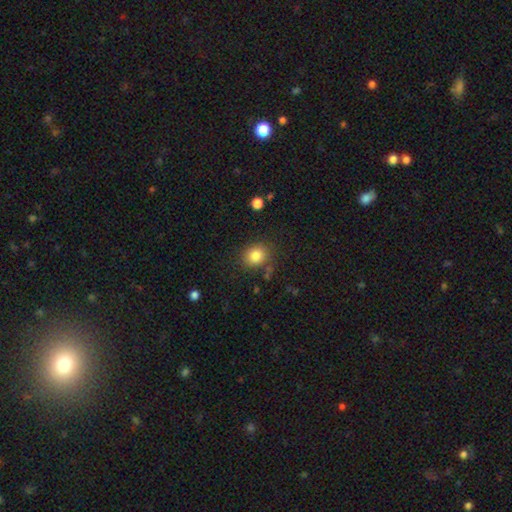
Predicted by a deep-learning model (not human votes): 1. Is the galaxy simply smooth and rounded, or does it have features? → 83% smooth, 10% star or artifact, 6% featured or disk.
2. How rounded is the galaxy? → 68% round, 31% in between, 1% cigar-shaped.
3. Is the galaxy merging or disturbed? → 80% none, 12% minor disturbance, 4% major disturbance, 4% merger.